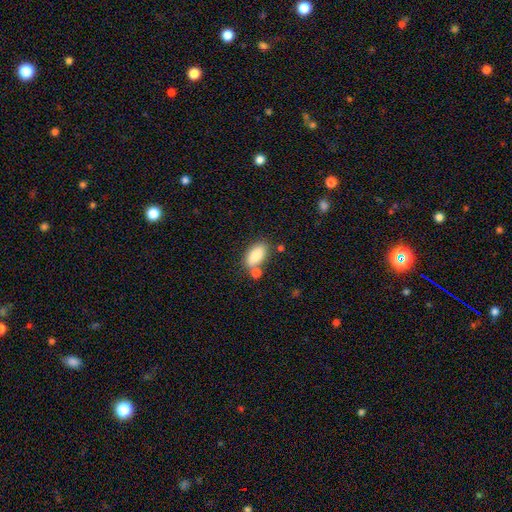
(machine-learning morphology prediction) Smooth or featured: smooth — 84% (featured or disk — 9%)
How rounded: in between — 92% (cigar-shaped — 4%)
Merging: none — 67% (merger — 16%)